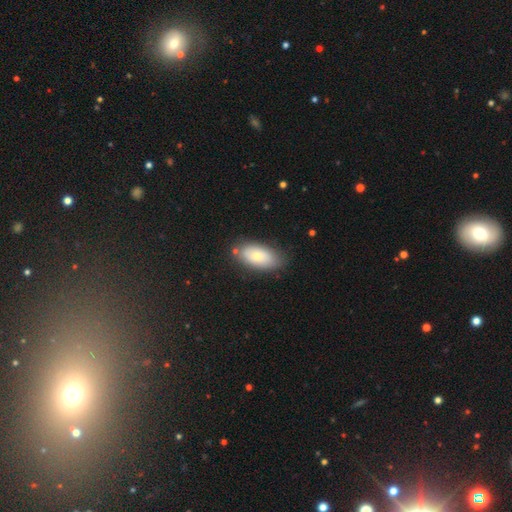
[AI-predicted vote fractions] smooth 69%, featured or disk 23%, star or artifact 8%. Down the decision tree: how rounded — in between (91%); merging — none (78%).